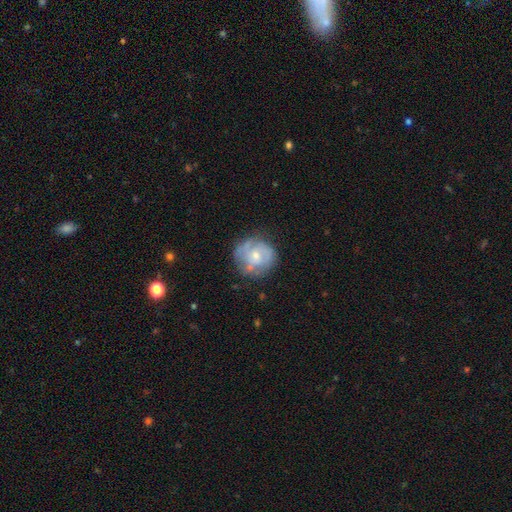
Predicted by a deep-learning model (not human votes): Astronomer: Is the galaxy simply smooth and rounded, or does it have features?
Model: featured or disk — 64%.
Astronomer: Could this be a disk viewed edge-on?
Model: no — 98%.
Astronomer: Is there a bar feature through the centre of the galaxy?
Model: no — 74%.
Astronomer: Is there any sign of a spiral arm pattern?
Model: yes — 75%.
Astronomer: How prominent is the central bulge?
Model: small — 49% (runner-up: moderate, 46%).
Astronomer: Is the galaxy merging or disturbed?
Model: none — 66%.